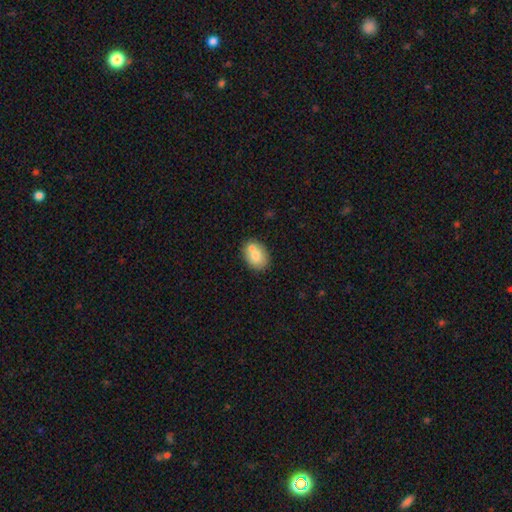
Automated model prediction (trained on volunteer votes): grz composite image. It shows a smooth galaxy with no disk features (72%) that is in between round and cigar-shaped (66%). Merging: none (53%).